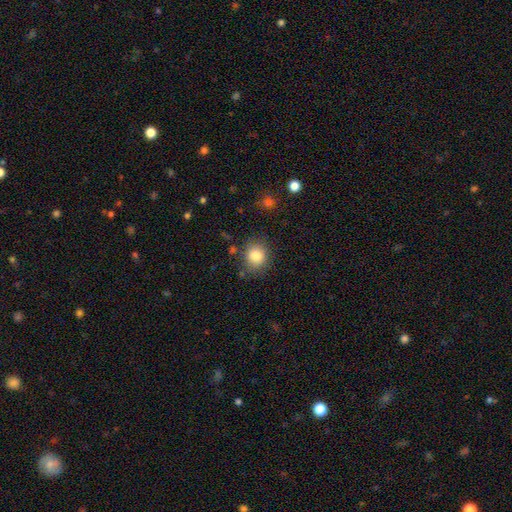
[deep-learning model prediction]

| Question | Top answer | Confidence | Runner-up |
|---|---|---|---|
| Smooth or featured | smooth | 84% | star or artifact (10%) |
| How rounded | round | 68% | in between (32%) |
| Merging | none | 78% | minor disturbance (15%) |